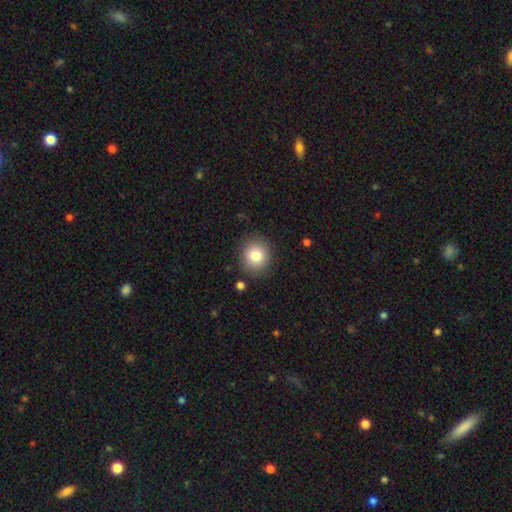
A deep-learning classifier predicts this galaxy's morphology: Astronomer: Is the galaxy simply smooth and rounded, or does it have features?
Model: smooth — 80%.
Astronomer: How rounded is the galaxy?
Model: round — 84%.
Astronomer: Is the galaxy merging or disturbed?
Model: none — 87%.